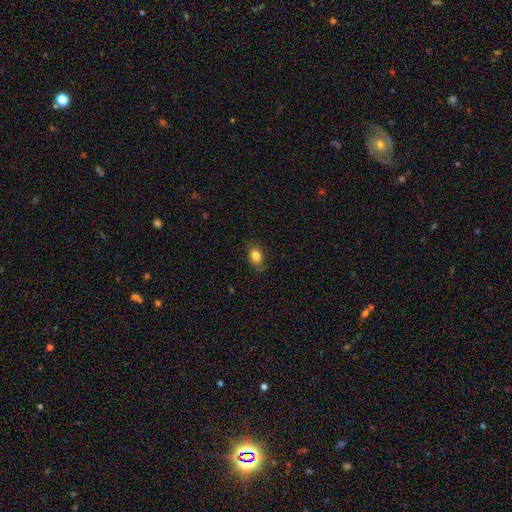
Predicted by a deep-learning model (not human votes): Overall: smooth (82%). How rounded: in between (73%). Merging: none (77%).